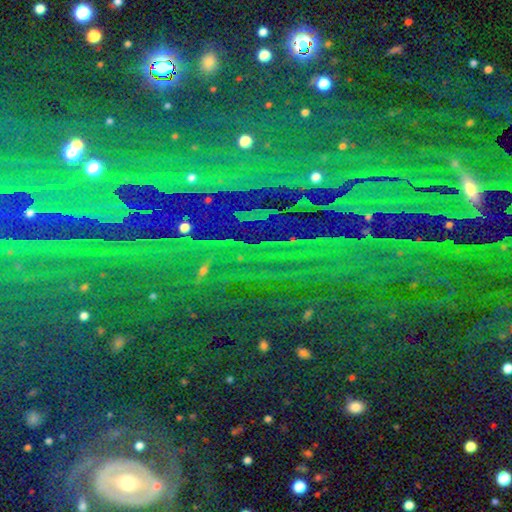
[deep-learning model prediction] Q: Smooth or featured?
A: star or artifact (85%); runner-up: featured or disk (7%)